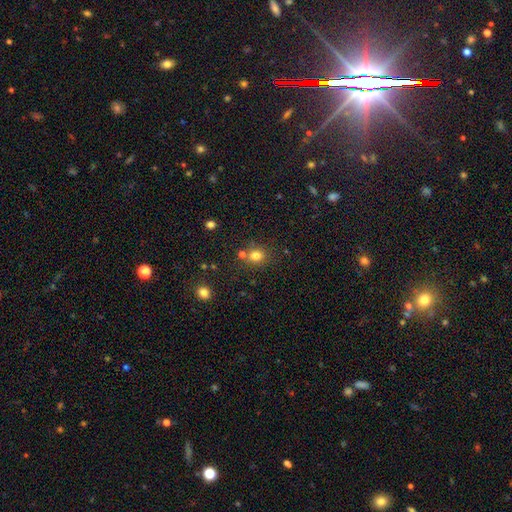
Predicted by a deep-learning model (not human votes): smooth-or-featured: smooth: 79% | star or artifact: 14% | featured or disk: 7%
  how-rounded: round: 73% | in between: 26% | cigar-shaped: 1%
  merging: none: 68% | merger: 18% | minor disturbance: 11% | major disturbance: 4%